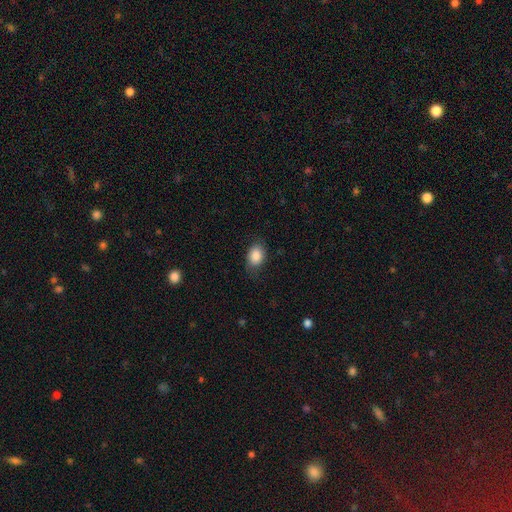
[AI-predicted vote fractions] smooth-or-featured: smooth: 85% | featured or disk: 8% | star or artifact: 8%
  how-rounded: in between: 77% | round: 22% | cigar-shaped: 1%
  merging: none: 76% | minor disturbance: 18% | major disturbance: 5% | merger: 1%